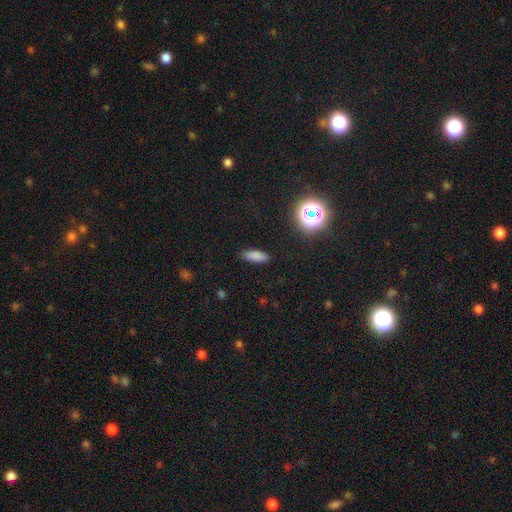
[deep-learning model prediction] Smooth or featured? Predicted: smooth (p=0.81). How rounded? Predicted: in between (p=0.61). Merging? Predicted: none (p=0.87).